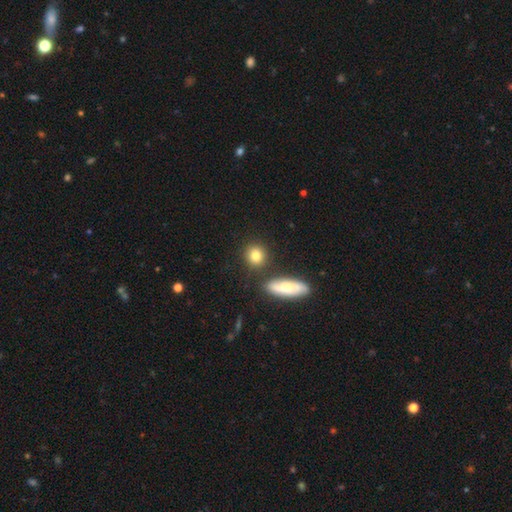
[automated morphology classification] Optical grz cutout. It shows a smooth galaxy with no disk features (82%) that is round (78%). Merging: none (79%).